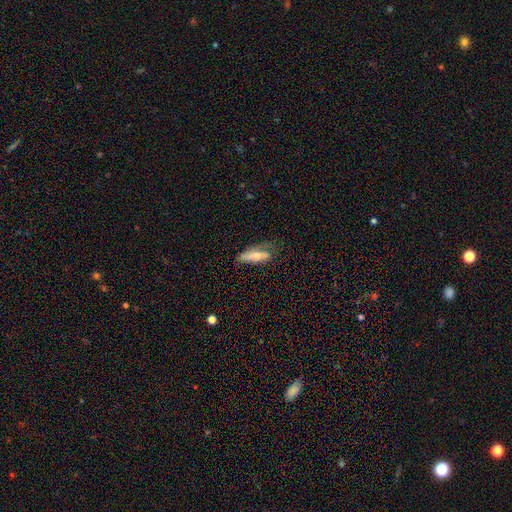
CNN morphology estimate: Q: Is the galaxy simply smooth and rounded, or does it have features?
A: smooth — 61%.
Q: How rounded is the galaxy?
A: in between — 51%.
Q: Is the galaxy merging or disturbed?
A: none — 48%.